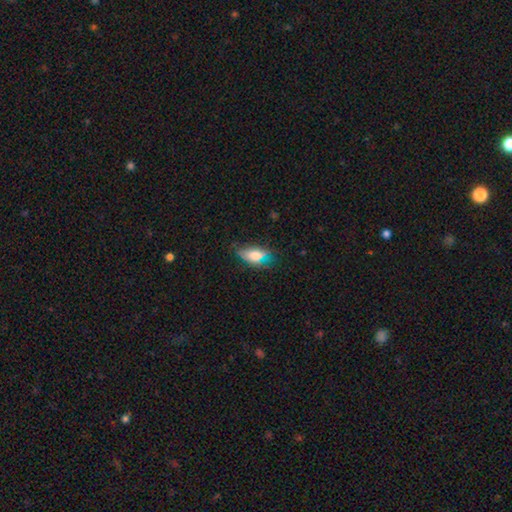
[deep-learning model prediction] A smooth galaxy with no disk features (73%) that is in between round and cigar-shaped (85%).

Vote fractions:
- Smooth or featured? smooth: 73% / featured or disk: 16% / star or artifact: 12%
- How rounded? in between: 85% / cigar-shaped: 9% / round: 6%
- Merging? none: 61% / minor disturbance: 28% / major disturbance: 8% / merger: 3%